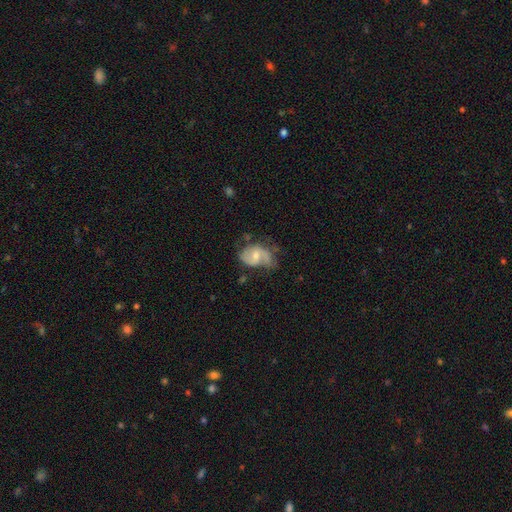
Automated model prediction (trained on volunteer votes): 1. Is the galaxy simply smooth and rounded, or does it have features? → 70% featured or disk, 23% smooth, 7% star or artifact.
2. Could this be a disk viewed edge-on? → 97% no, 3% yes.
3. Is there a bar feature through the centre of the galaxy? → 47% weak, 42% no, 11% strong.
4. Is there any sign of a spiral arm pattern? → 89% yes, 11% no.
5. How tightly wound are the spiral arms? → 45% medium, 38% loose, 17% tight.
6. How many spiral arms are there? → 76% 2, 11% 1, 9% can't tell, 2% 3, 1% 4, 1% more than 4.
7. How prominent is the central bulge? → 53% moderate, 39% small, 4% none, 3% large, 1% dominant.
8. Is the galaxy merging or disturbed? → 46% none, 31% minor disturbance, 20% major disturbance, 3% merger.